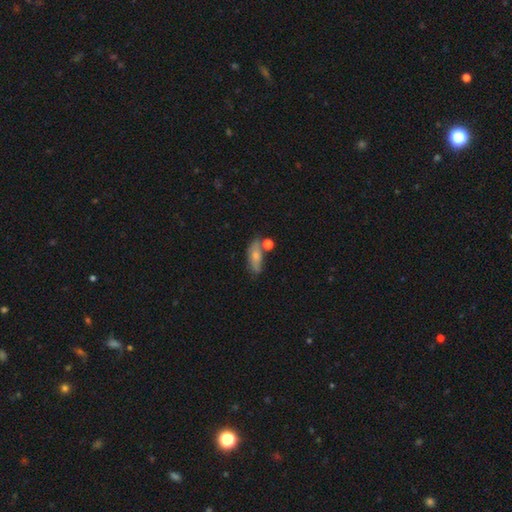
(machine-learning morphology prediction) smooth-or-featured: smooth: 67% | featured or disk: 25% | star or artifact: 9%
  how-rounded: in between: 76% | cigar-shaped: 18% | round: 6%
  merging: none: 52% | minor disturbance: 23% | merger: 17% | major disturbance: 8%